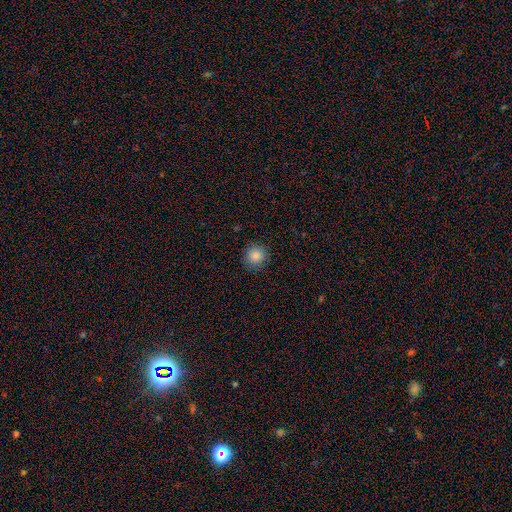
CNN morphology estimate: type=smooth (86%); roundness=round (93%); merging=none (90%).